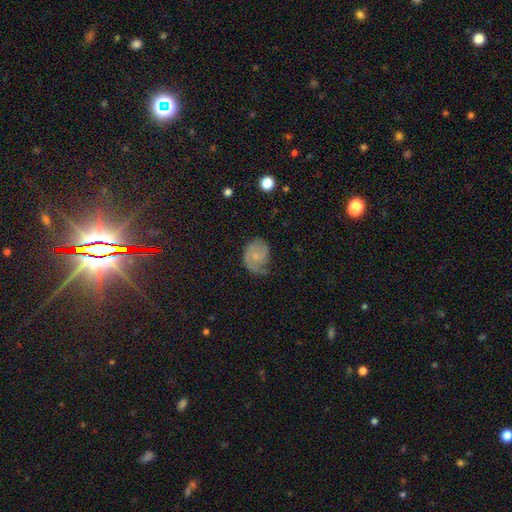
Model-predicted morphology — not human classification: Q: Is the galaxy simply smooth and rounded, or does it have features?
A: featured or disk — 50%.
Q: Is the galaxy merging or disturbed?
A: none — 45%.